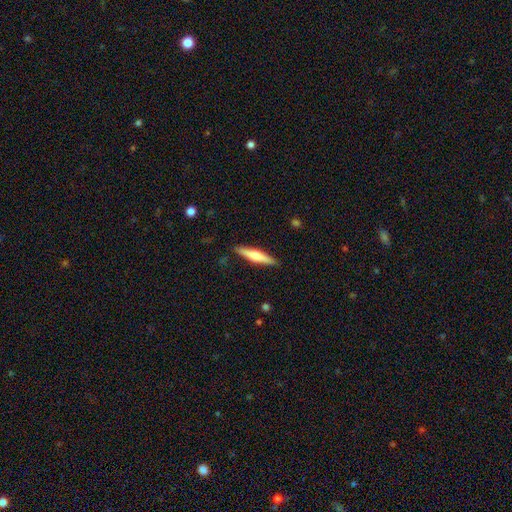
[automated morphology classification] This appears to be a smooth galaxy with no disk features (49%). Merging: none (89%).